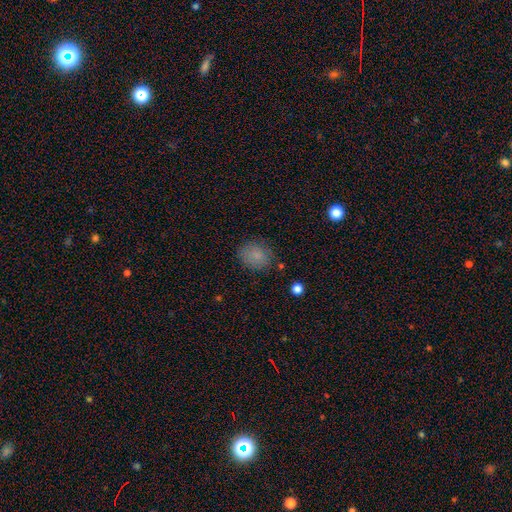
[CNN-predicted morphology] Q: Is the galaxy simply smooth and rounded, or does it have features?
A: smooth — 83%.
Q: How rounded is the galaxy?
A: round — 55%.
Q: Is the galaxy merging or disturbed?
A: none — 78%.